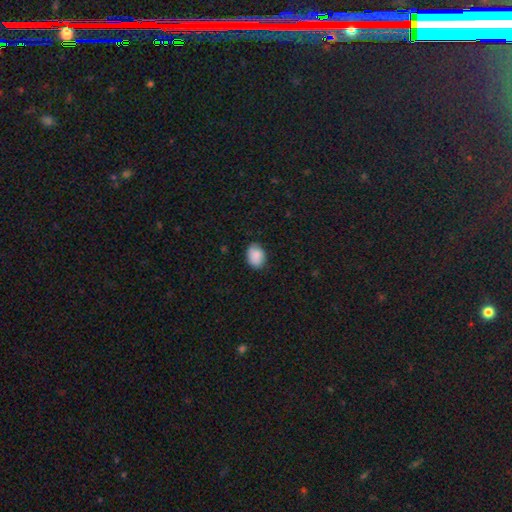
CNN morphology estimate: smooth 86%, star or artifact 7%, featured or disk 7%. Down the decision tree: how rounded — in between (72%); merging — none (81%).